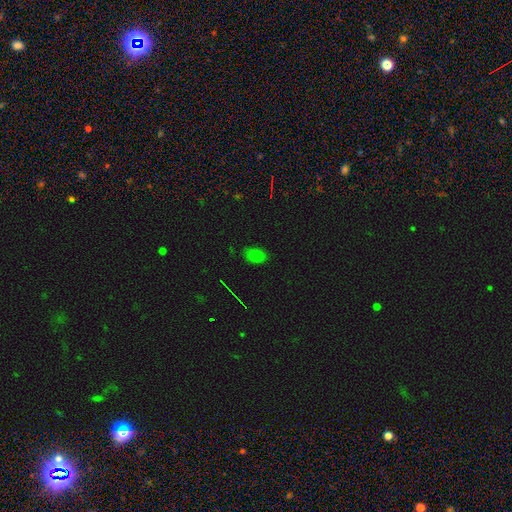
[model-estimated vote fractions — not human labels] The model was most divided on "smooth or featured": smooth: 72%, star or artifact: 22%, featured or disk: 6%. More confident: how rounded — in between (86%); merging — none (76%).